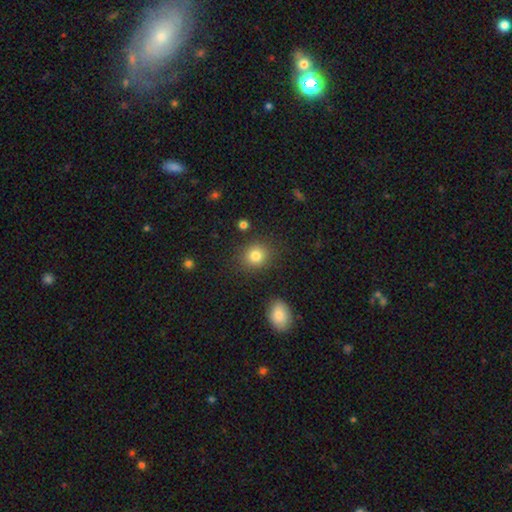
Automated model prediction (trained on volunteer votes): A smooth galaxy with no disk features (83%) that is round (79%). Merging: none (85%).